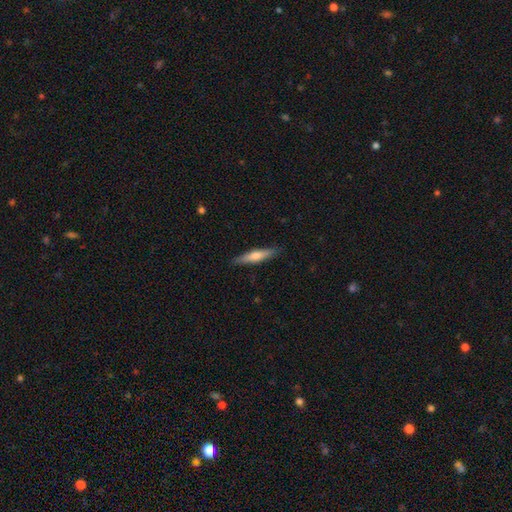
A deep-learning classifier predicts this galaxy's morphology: Smooth or featured? Predicted: smooth (p=0.59). How rounded? Predicted: cigar-shaped (p=0.85). Merging? Predicted: none (p=0.88).